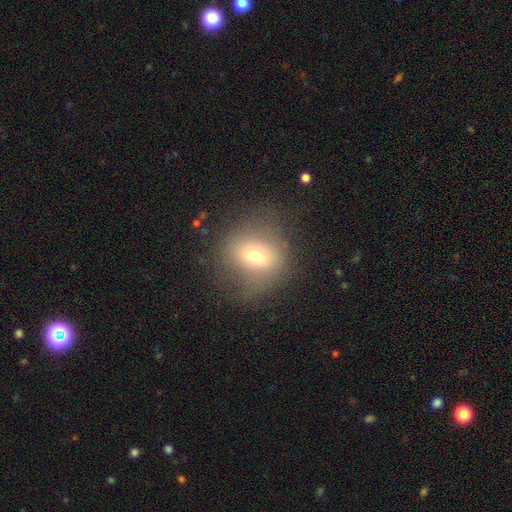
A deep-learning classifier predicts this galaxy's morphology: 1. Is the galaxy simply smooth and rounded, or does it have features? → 64% smooth, 21% featured or disk, 15% star or artifact.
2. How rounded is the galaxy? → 72% round, 27% in between, 1% cigar-shaped.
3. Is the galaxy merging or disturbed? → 63% none, 21% minor disturbance, 14% major disturbance, 2% merger.